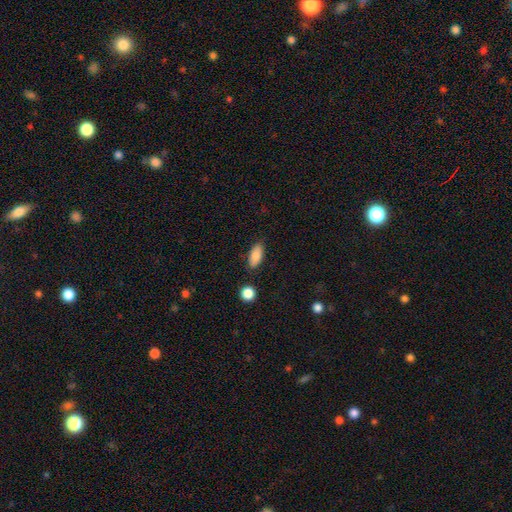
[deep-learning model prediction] smooth 83%, featured or disk 10%, star or artifact 7%. Down the decision tree: how rounded — in between (85%); merging — none (83%).